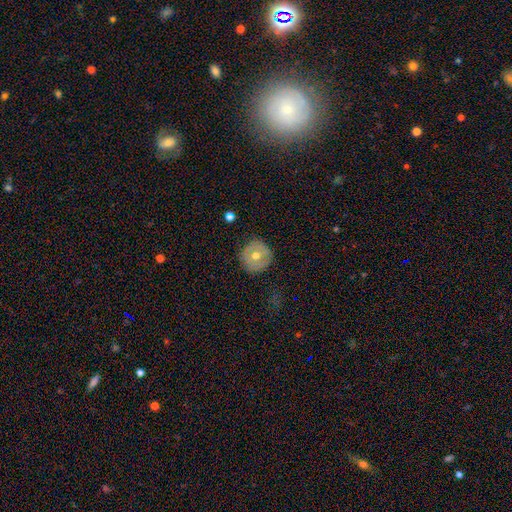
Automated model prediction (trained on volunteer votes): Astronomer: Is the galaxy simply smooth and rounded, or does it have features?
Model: smooth — 53% (runner-up: featured or disk, 40%).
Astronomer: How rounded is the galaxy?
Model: round — 95%.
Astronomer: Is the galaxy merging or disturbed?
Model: none — 87%.